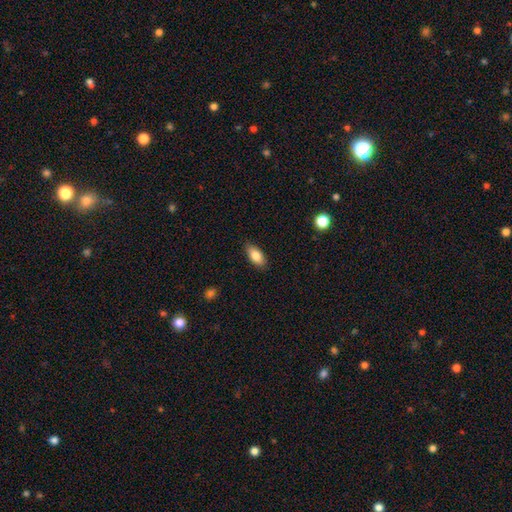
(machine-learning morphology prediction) Overall: smooth (83%). How rounded: in between (89%). Merging: none (86%).